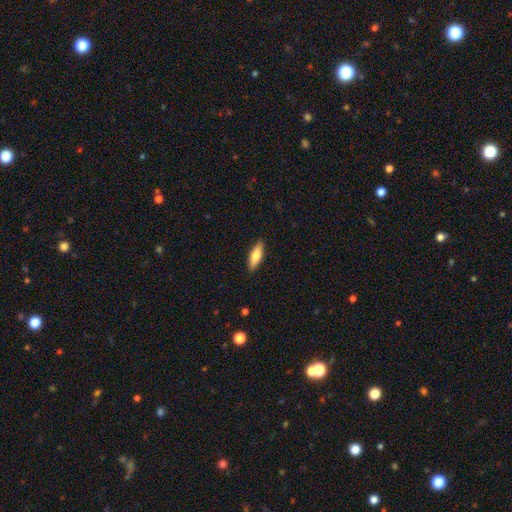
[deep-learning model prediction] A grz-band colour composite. It shows a smooth galaxy with no disk features (73%) that is in between round and cigar-shaped (51%). Merging: none (89%).